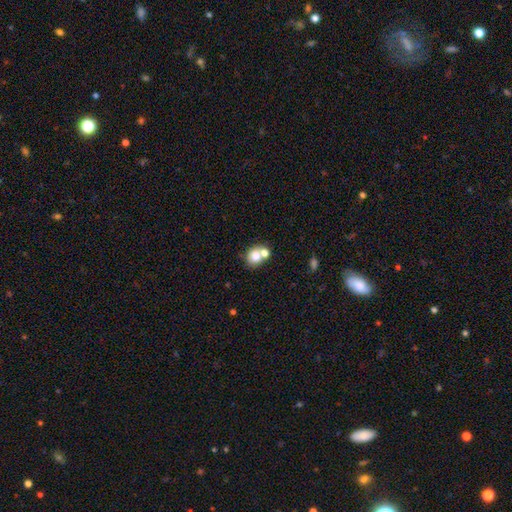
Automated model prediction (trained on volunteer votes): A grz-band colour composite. It shows a smooth galaxy with no disk features (76%) that is round (70%). Merging: merger (45%).